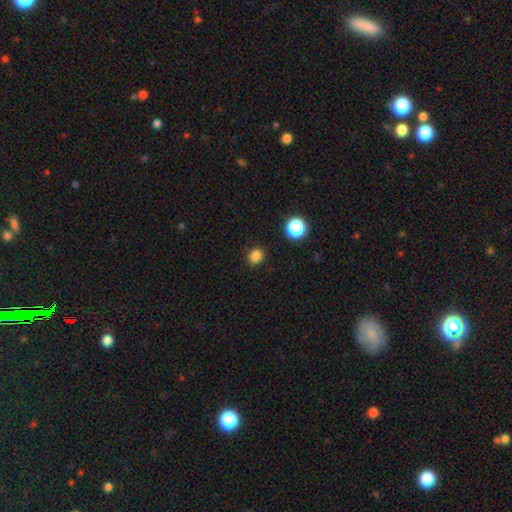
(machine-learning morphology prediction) Smooth or featured: smooth — 84% (star or artifact — 13%)
How rounded: round — 70% (in between — 29%)
Merging: none — 89% (minor disturbance — 8%)